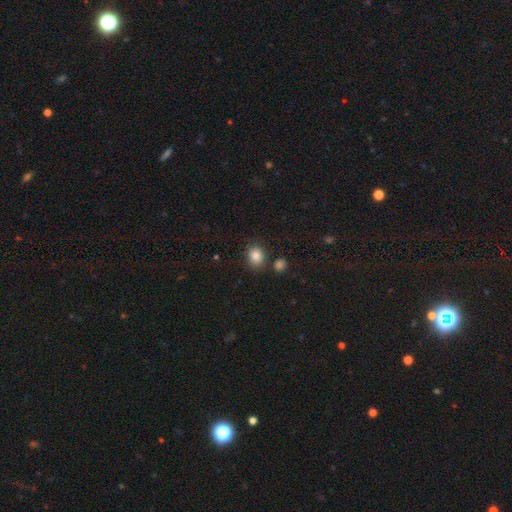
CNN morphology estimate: Smooth or featured? Predicted: smooth (p=0.85). How rounded? Predicted: round (p=0.56). Merging? Predicted: none (p=0.78).